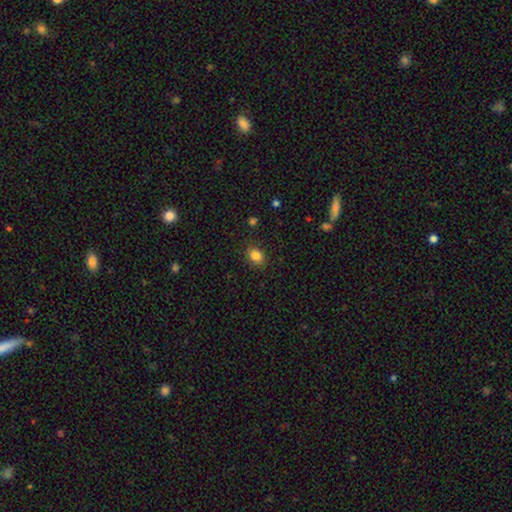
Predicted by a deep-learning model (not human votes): smooth 84%, star or artifact 10%, featured or disk 5%. Down the decision tree: how rounded — in between (60%); merging — none (87%).